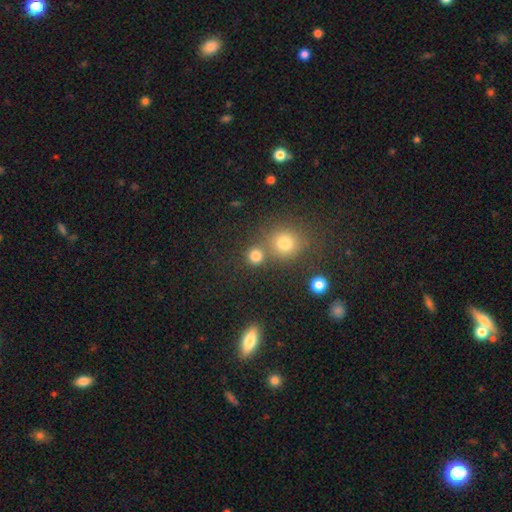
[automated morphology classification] A smooth galaxy with no disk features (79%) that is round (90%). Merging: none (69%).